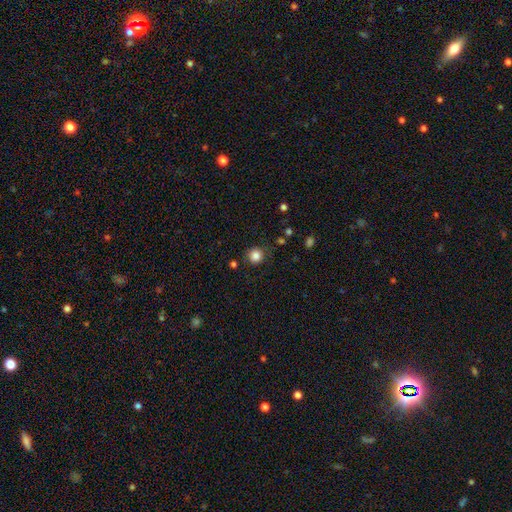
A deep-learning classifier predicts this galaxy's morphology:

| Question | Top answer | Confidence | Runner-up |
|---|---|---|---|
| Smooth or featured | smooth | 84% | star or artifact (11%) |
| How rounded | round | 93% | in between (6%) |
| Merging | none | 85% | minor disturbance (9%) |